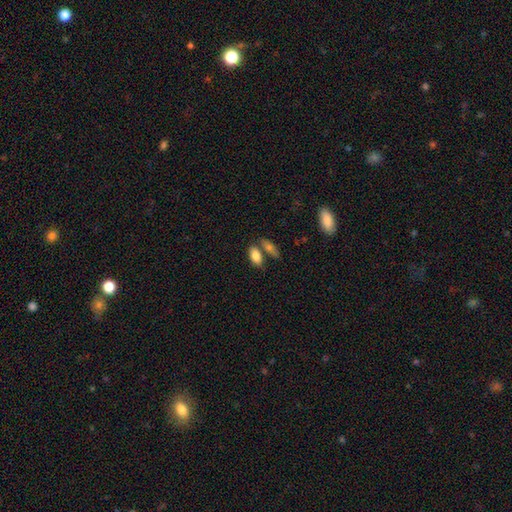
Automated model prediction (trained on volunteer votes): This is clearly a smooth galaxy (81%). How rounded: clearly in between (89%). Merging: possibly none (55%).